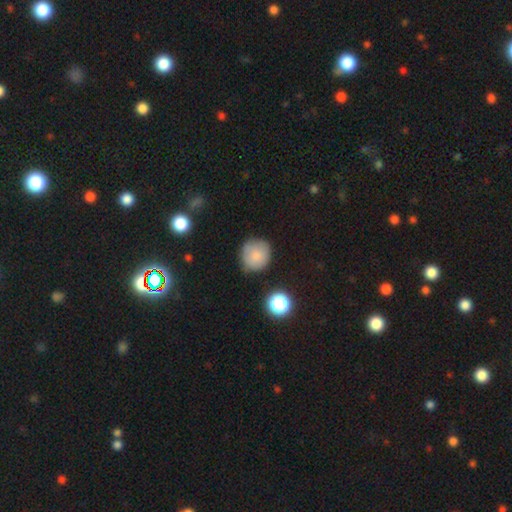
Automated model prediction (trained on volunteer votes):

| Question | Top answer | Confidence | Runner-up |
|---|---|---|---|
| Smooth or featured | smooth | 81% | star or artifact (9%) |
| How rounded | round | 89% | in between (10%) |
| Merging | none | 74% | minor disturbance (18%) |